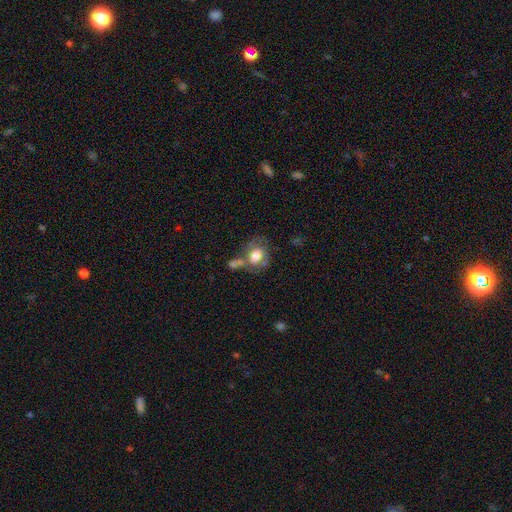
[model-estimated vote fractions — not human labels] smooth-or-featured: smooth: 64% | featured or disk: 28% | star or artifact: 8%
  how-rounded: in between: 50% | round: 48% | cigar-shaped: 1%
  merging: none: 36% | merger: 31% | minor disturbance: 19% | major disturbance: 14%